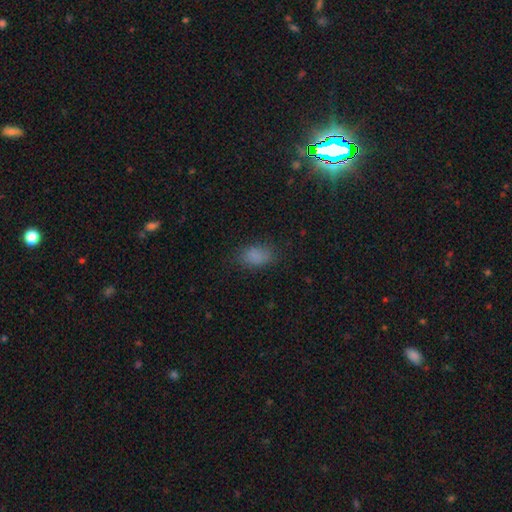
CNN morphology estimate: Q: Smooth or featured?
A: smooth (83%); runner-up: star or artifact (12%)
Q: How rounded?
A: in between (88%); runner-up: round (10%)
Q: Merging?
A: none (79%); runner-up: minor disturbance (15%)